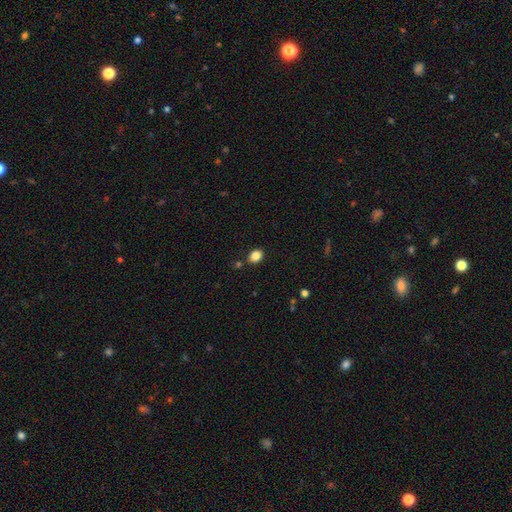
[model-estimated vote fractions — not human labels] Morphology: type=smooth (85%); roundness=in between (56%); merging=none (82%).